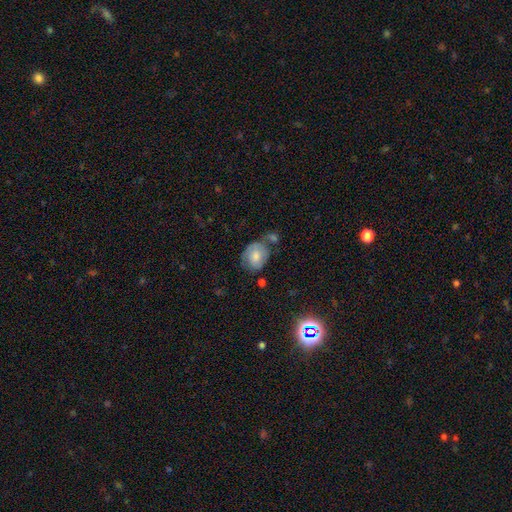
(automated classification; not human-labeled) This is likely a smooth galaxy (70%). How rounded: possibly in between (51%). Merging: possibly none (46%).